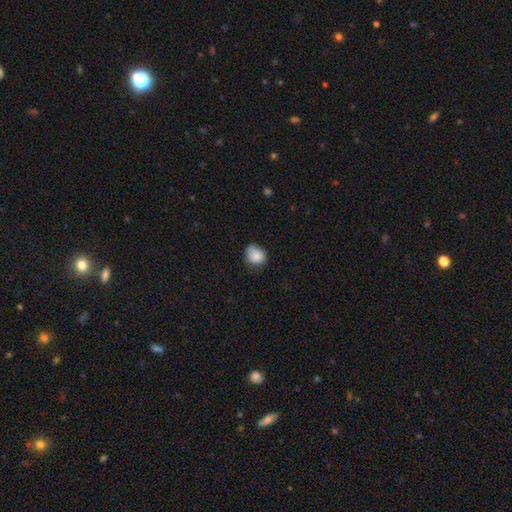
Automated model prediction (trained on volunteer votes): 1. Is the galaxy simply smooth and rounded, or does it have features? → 84% smooth, 9% star or artifact, 7% featured or disk.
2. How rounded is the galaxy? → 66% round, 33% in between, 1% cigar-shaped.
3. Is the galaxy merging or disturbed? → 52% none, 37% minor disturbance, 8% major disturbance, 3% merger.